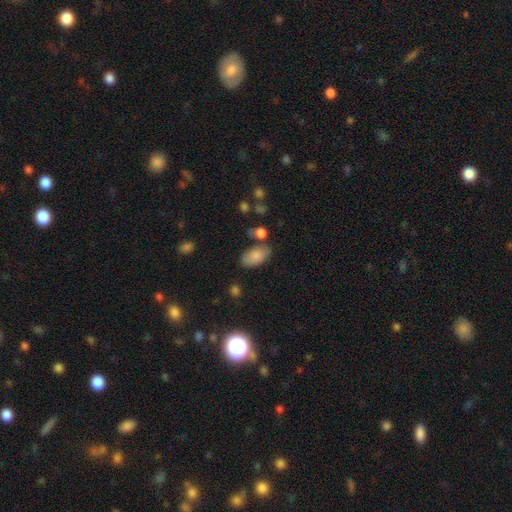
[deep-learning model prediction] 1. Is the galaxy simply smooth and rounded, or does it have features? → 81% smooth, 11% featured or disk, 8% star or artifact.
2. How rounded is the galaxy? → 93% in between, 5% round, 2% cigar-shaped.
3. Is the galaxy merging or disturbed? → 67% none, 18% minor disturbance, 10% merger, 5% major disturbance.